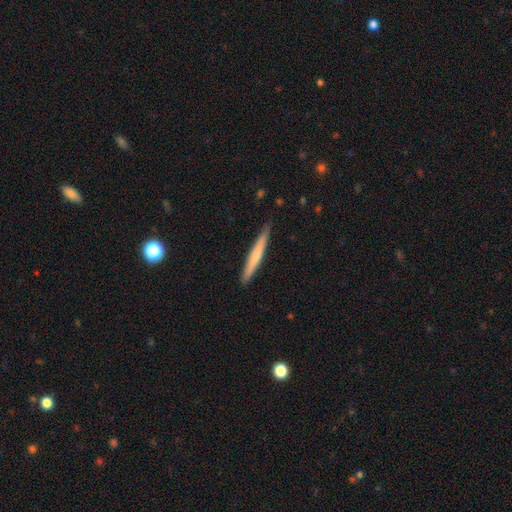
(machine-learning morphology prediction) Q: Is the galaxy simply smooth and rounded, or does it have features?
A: smooth — 60%.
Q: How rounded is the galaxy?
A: cigar-shaped — 96%.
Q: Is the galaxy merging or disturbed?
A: none — 87%.